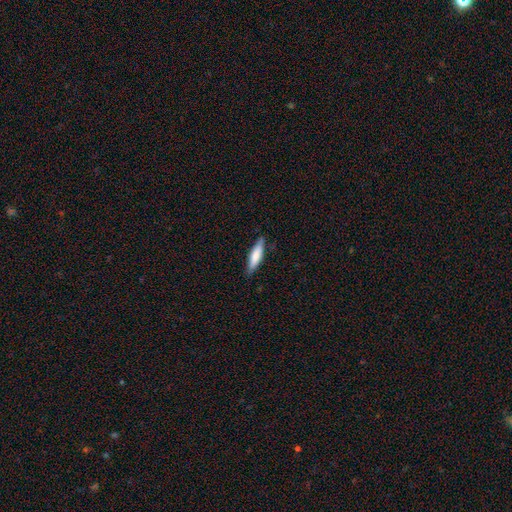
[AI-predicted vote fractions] Smooth or featured? smooth (71%)
How rounded? cigar-shaped (73%)
Merging? none (84%)